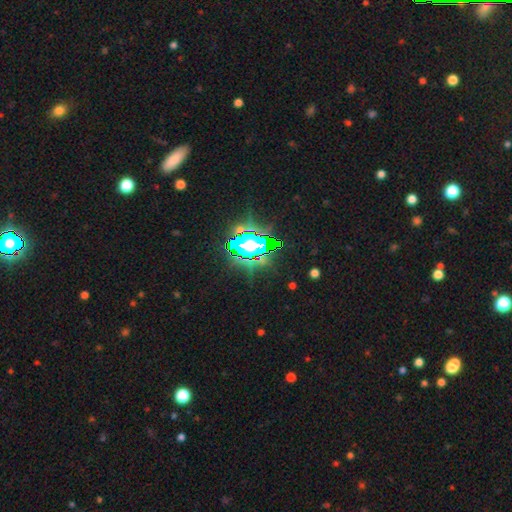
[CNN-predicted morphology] Smooth or featured? Predicted: star or artifact (p=0.85).